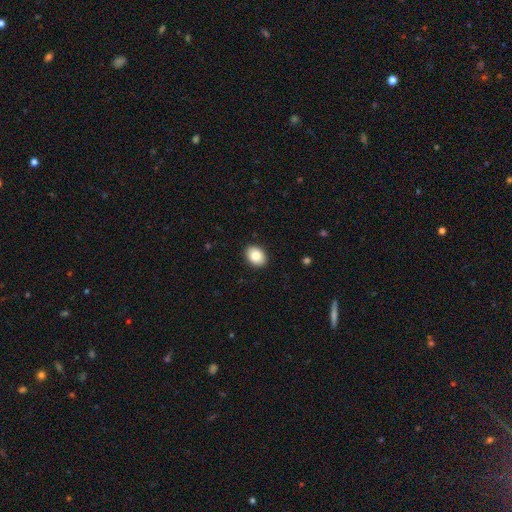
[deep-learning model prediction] Smooth or featured: smooth — 86% (star or artifact — 8%)
How rounded: in between — 71% (round — 28%)
Merging: none — 91% (minor disturbance — 7%)